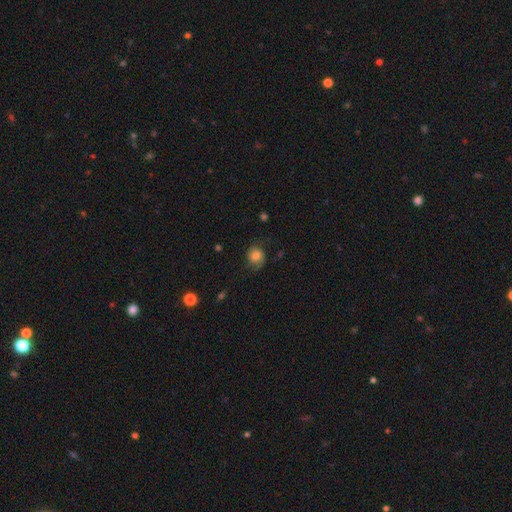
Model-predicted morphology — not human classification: Smooth or featured? Predicted: smooth (p=0.69). How rounded? Predicted: round (p=0.68). Merging? Predicted: none (p=0.66).